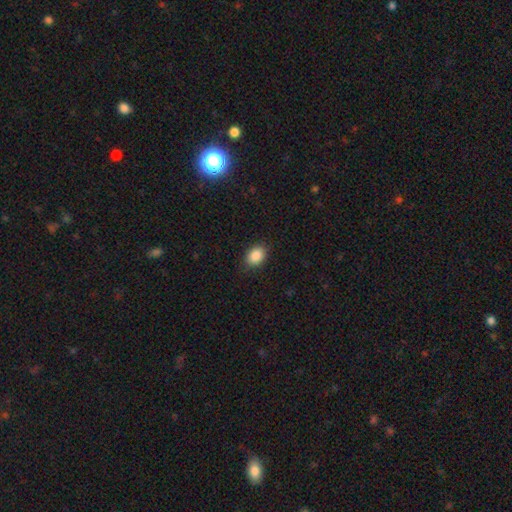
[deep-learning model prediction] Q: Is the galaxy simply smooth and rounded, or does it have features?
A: smooth — 88%.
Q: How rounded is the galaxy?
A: in between — 78%.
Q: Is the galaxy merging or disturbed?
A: none — 85%.